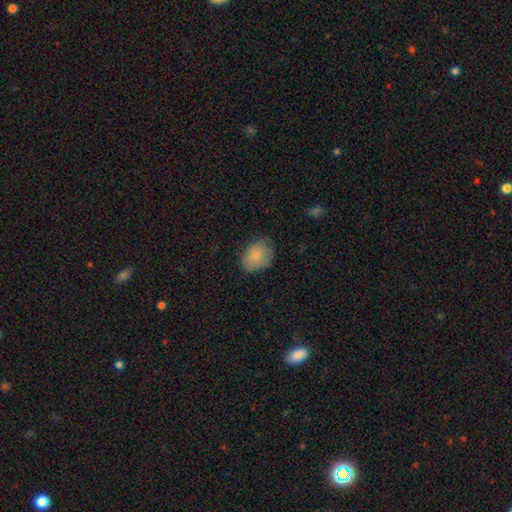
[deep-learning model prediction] A smooth galaxy with no disk features (83%) that is in between round and cigar-shaped (70%). Merging: none (68%).